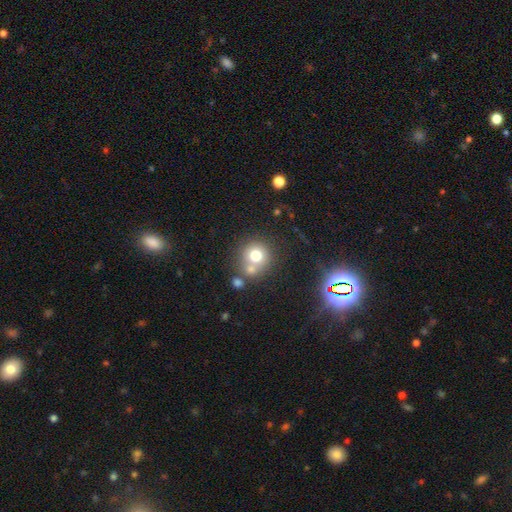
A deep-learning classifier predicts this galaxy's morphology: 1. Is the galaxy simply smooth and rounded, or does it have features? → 72% smooth, 15% featured or disk, 13% star or artifact.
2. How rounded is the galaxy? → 88% round, 11% in between, 1% cigar-shaped.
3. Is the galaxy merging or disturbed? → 56% none, 29% merger, 10% minor disturbance, 5% major disturbance.